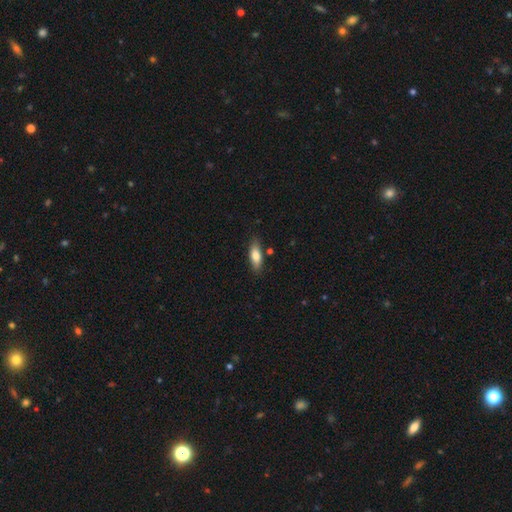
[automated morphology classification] A smooth galaxy with no disk features (78%) that is in between round and cigar-shaped (69%). Merging: none (81%).